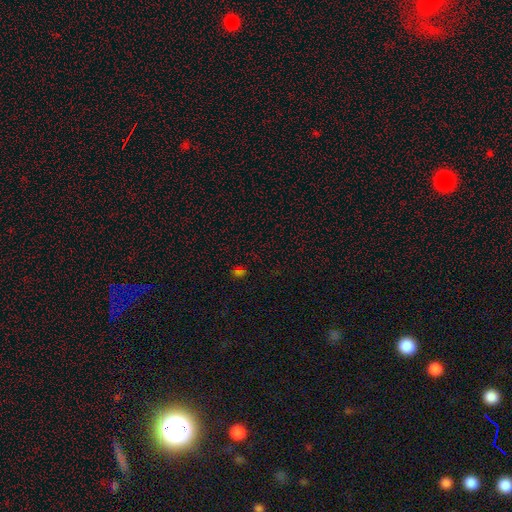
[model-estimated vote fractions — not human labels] Smooth or featured: smooth — 53% (star or artifact — 41%)
How rounded: in between — 68% (round — 30%)
Merging: none — 81% (minor disturbance — 12%)